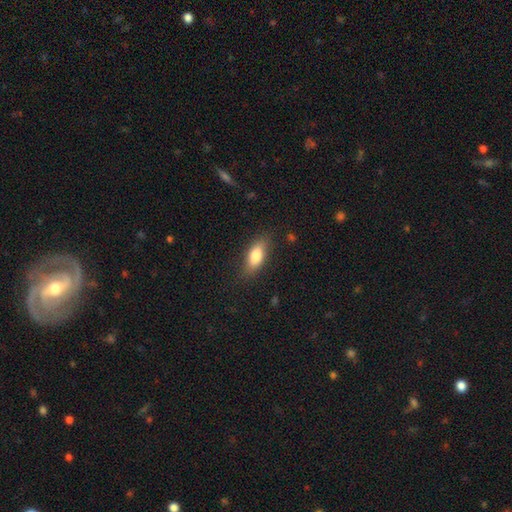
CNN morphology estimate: A smooth galaxy with no disk features (80%) that is in between round and cigar-shaped (78%). Merging: none (81%).